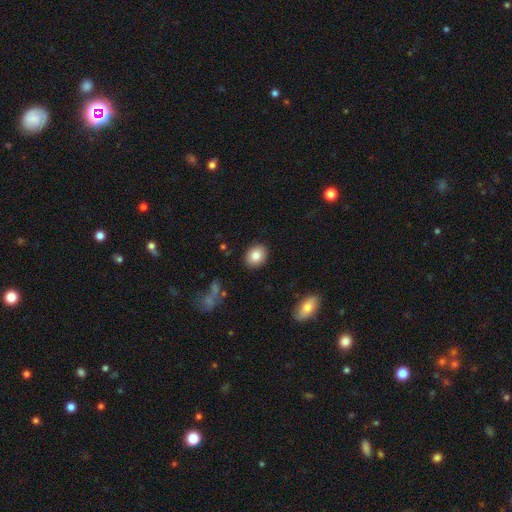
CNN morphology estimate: Smooth or featured? Predicted: smooth (p=0.83). How rounded? Predicted: round (p=0.59). Merging? Predicted: none (p=0.90).